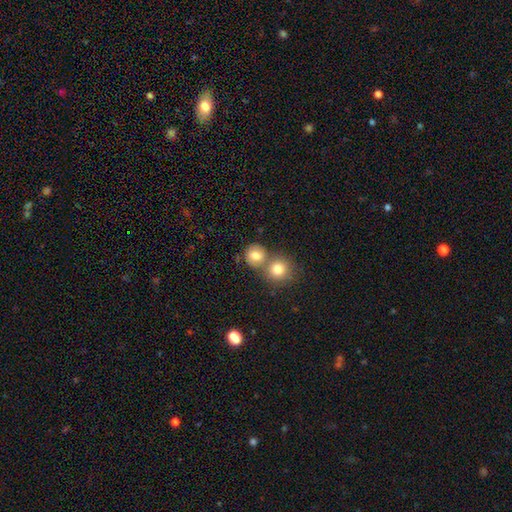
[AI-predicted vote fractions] Smooth or featured?
  - smooth: 79% *
  - featured or disk: 11%
  - star or artifact: 10%
How rounded?
  - round: 83% *
  - in between: 16%
  - cigar-shaped: 1%
Merging?
  - none: 49% *
  - merger: 40%
  - minor disturbance: 8%
  - major disturbance: 3%